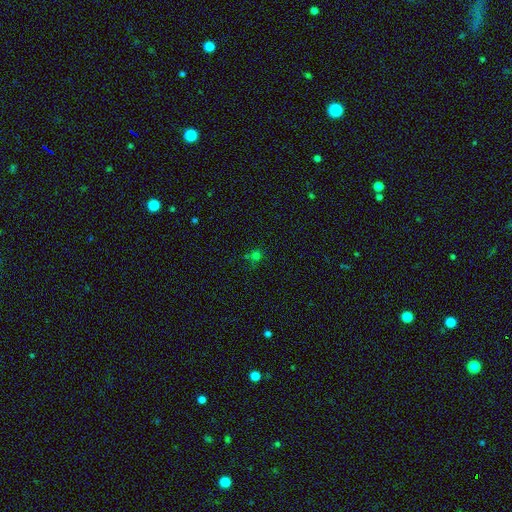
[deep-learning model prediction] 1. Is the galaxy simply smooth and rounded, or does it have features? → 62% smooth, 32% star or artifact, 7% featured or disk.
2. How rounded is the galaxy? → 88% round, 11% in between, 1% cigar-shaped.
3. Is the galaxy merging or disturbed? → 67% none, 15% merger, 13% minor disturbance, 5% major disturbance.